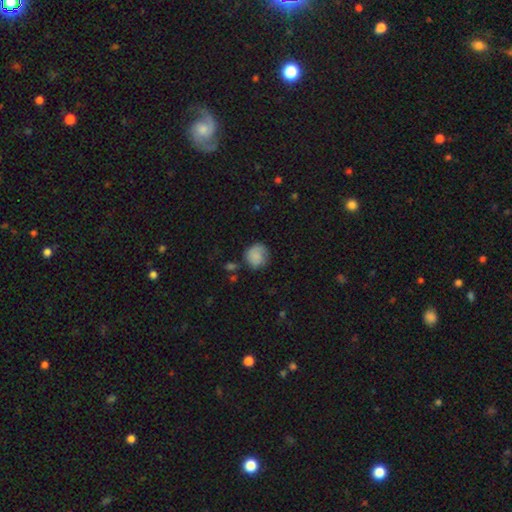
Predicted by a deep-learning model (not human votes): This is likely a smooth galaxy (77%). How rounded: clearly round (84%). Merging: likely none (65%).